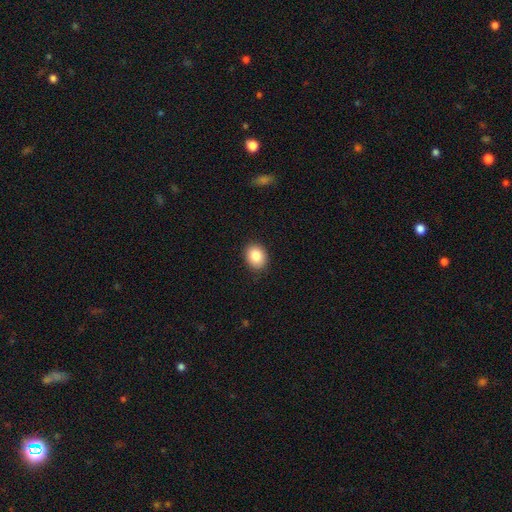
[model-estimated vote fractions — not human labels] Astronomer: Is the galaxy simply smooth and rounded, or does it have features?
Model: smooth — 84%.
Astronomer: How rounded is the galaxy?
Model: round — 51% (runner-up: in between, 48%).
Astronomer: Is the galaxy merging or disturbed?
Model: none — 89%.